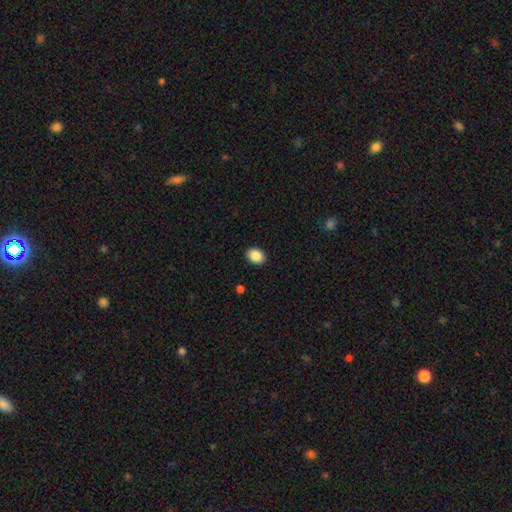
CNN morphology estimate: This is clearly a smooth galaxy (88%). How rounded: possibly in between (57%). Merging: clearly none (91%).